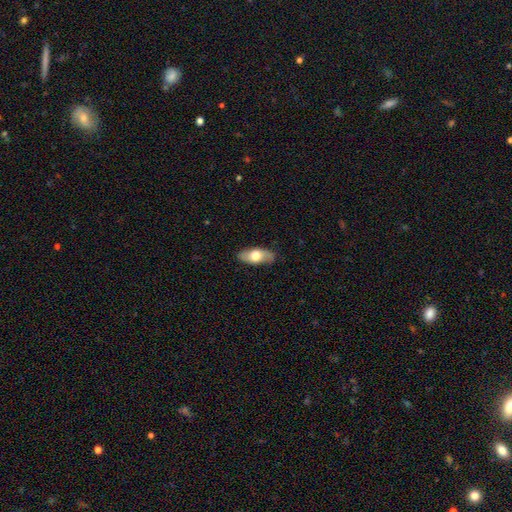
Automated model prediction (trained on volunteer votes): smooth_or_featured: smooth (p=0.60) [alt: featured or disk p=0.34]
how_rounded: in between (p=0.85) [alt: cigar-shaped p=0.11]
merging: none (p=0.84) [alt: minor disturbance p=0.12]